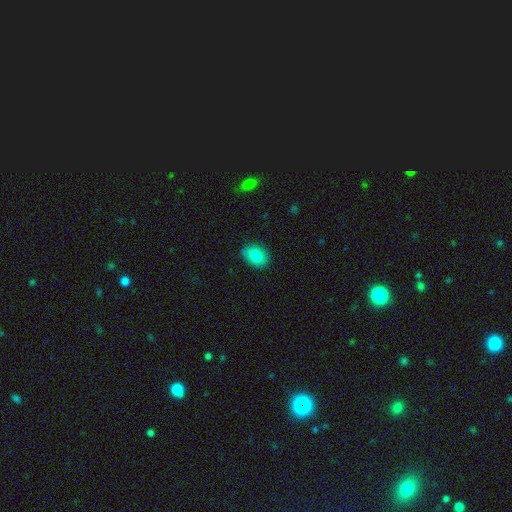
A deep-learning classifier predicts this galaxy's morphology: This is clearly a smooth galaxy (86%). How rounded: likely in between (75%). Merging: clearly none (80%).